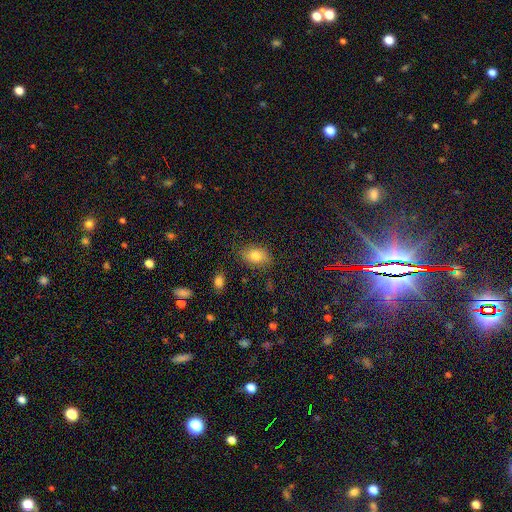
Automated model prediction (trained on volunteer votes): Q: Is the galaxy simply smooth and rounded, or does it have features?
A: smooth — 79%.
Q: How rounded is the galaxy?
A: in between — 81%.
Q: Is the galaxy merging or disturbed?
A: none — 80%.